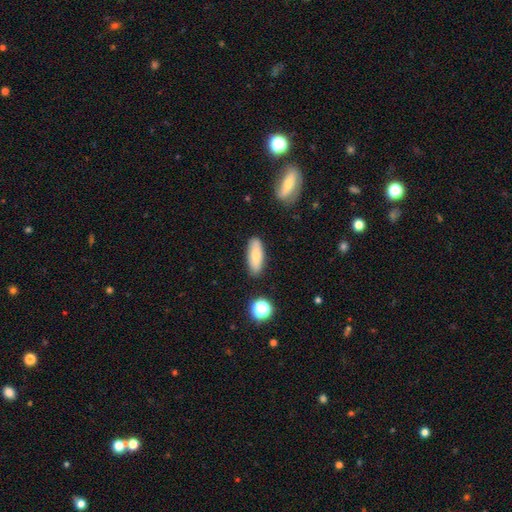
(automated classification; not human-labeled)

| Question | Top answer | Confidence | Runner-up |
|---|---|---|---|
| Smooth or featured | smooth | 78% | featured or disk (15%) |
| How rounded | in between | 66% | cigar-shaped (31%) |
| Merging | none | 85% | minor disturbance (10%) |